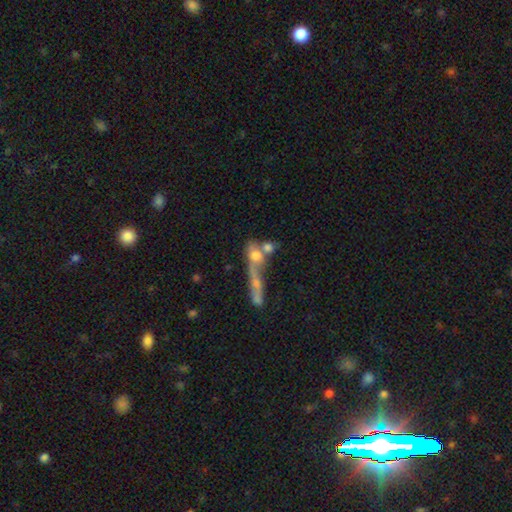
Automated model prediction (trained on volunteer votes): This appears to be a smooth galaxy with no disk features (60%) that is in between round and cigar-shaped (40%). Merging: merger (62%).